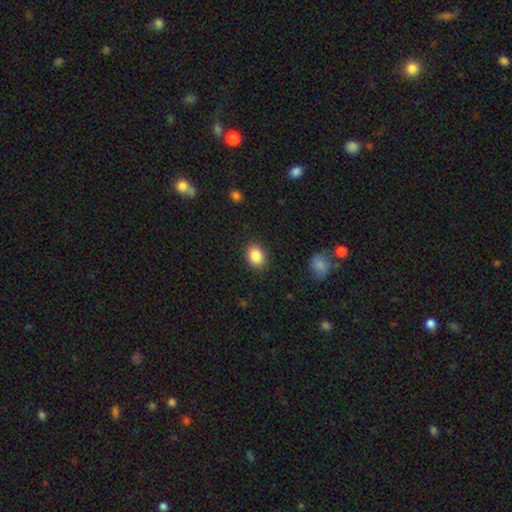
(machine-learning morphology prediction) smooth_or_featured: smooth (p=0.87) [alt: star or artifact p=0.09]
how_rounded: in between (p=0.55) [alt: round p=0.44]
merging: none (p=0.88) [alt: minor disturbance p=0.09]